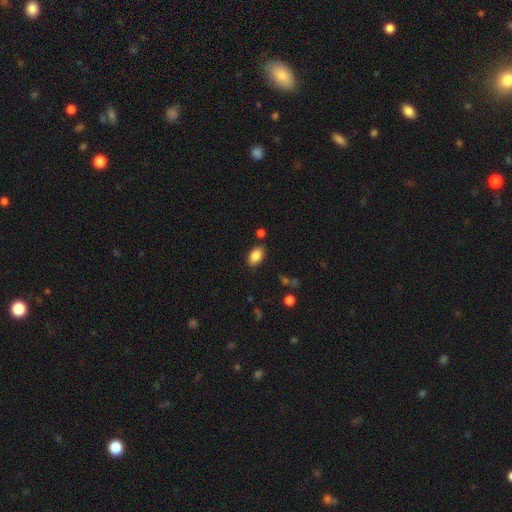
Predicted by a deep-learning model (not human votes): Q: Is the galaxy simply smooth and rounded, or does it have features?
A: smooth — 85%.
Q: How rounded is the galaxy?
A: in between — 91%.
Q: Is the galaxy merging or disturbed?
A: none — 82%.